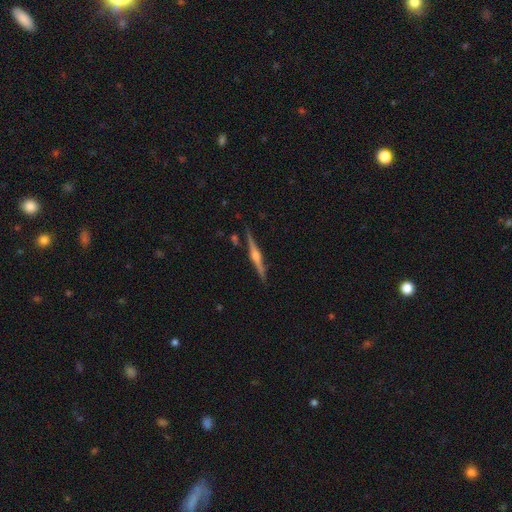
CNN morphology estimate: type=featured or disk (82%); edge-on=yes (98%); edge-on bulge=rounded (88%); merging=none (88%).